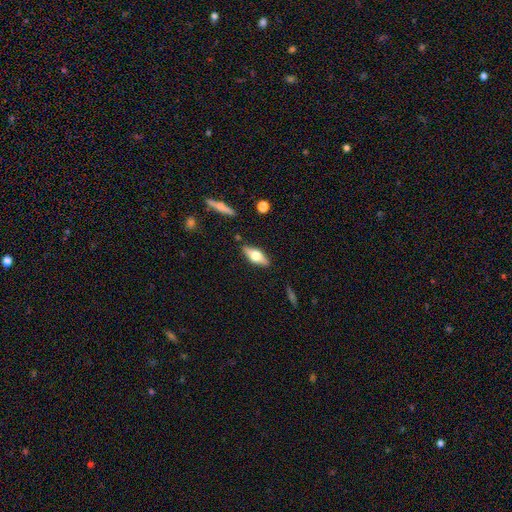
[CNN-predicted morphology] Smooth or featured?
  - smooth: 51% *
  - featured or disk: 42%
  - star or artifact: 7%
How rounded?
  - in between: 70% *
  - cigar-shaped: 27%
  - round: 3%
Merging?
  - none: 85% *
  - minor disturbance: 10%
  - major disturbance: 2%
  - merger: 2%